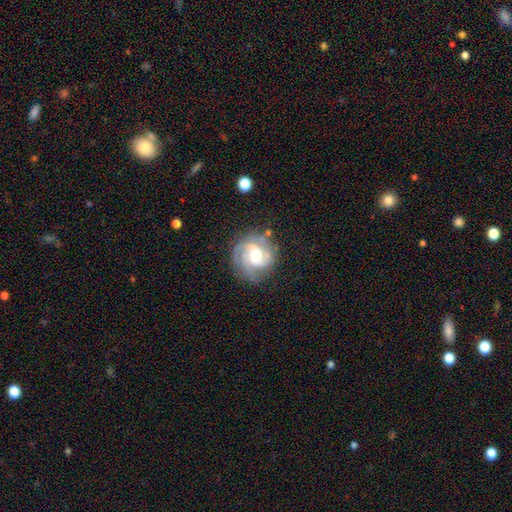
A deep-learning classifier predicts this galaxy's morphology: featured or disk 84%, smooth 11%, star or artifact 5%. Down the decision tree: edge-on disk — no (98%); bar — no (55%); spiral arms — yes (96%); spiral arm count — 3 (33%, tied with 2); spiral winding — tight (62%); bulge size — moderate (62%); merging — none (72%).